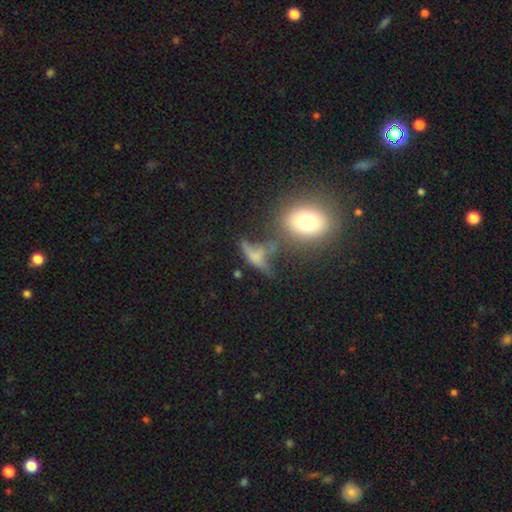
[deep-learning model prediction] A smooth galaxy with no disk features (44%). Merging: none (33%).